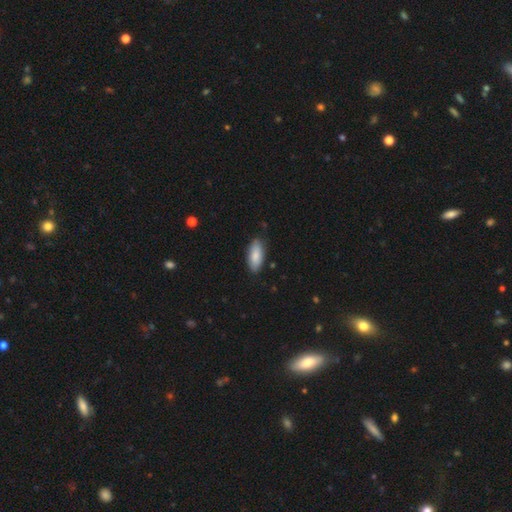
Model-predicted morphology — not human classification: smooth-or-featured: smooth: 85% | featured or disk: 9% | star or artifact: 6%
  how-rounded: in between: 85% | cigar-shaped: 13% | round: 2%
  merging: none: 83% | minor disturbance: 14% | major disturbance: 2% | merger: 1%